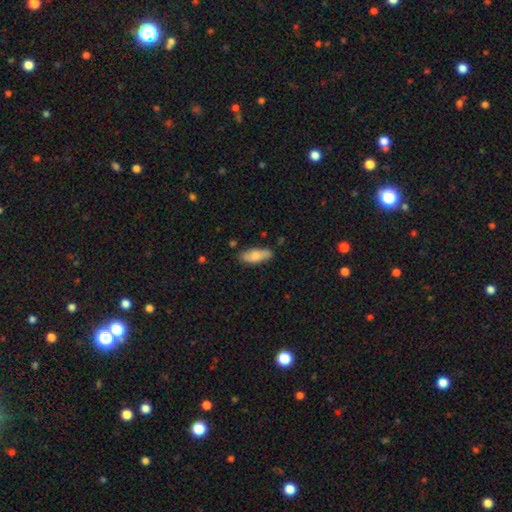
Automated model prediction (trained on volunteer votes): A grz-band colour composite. It shows a smooth galaxy with no disk features (75%) that is in between round and cigar-shaped (71%). Merging: none (77%).